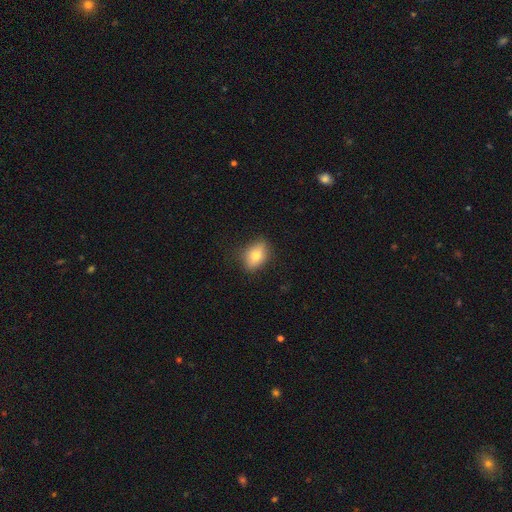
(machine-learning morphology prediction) The model was most divided on "smooth or featured": smooth: 71%, featured or disk: 20%, star or artifact: 9%. More confident: merging — none (80%); how rounded — in between (77%).